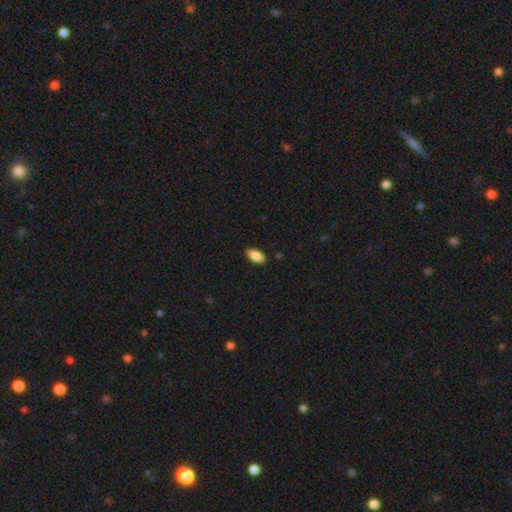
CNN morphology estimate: A smooth galaxy with no disk features (83%) that is in between round and cigar-shaped (86%). Merging: none (88%).